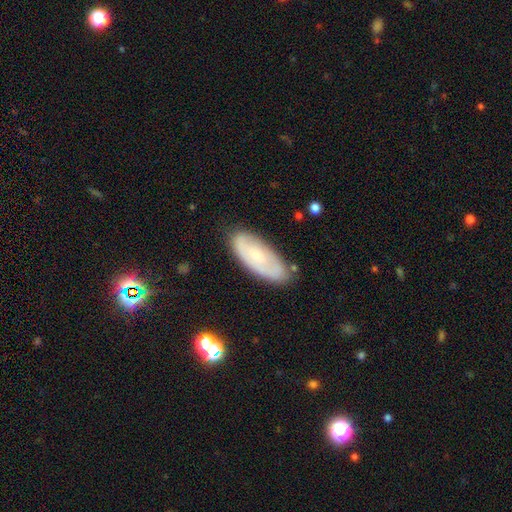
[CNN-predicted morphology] A featured or disk galaxy (46%, tied with smooth).

Vote fractions:
- Smooth or featured? featured or disk: 46% (tied) / smooth: 46% (tied) / star or artifact: 8%
- Merging? none: 77% / minor disturbance: 17% / major disturbance: 4% / merger: 2%